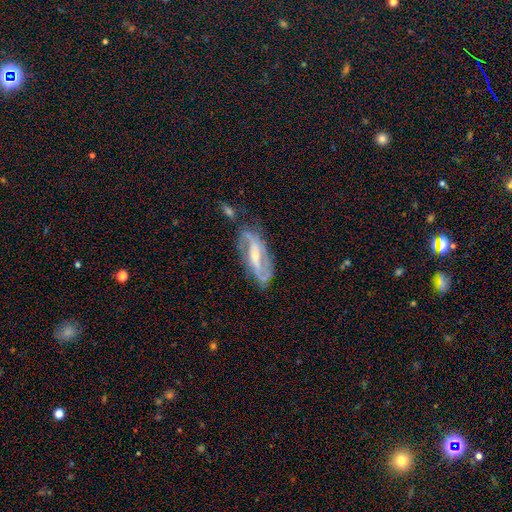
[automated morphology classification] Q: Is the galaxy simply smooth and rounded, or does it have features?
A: featured or disk — 83%.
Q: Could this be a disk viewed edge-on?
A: no — 88%.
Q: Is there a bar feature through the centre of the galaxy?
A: strong — 46%.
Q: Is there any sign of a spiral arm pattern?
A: yes — 92%.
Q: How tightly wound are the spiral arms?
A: medium — 44%.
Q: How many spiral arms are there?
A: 2 — 78%.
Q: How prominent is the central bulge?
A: small — 54%.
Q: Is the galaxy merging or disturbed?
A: none — 68%.